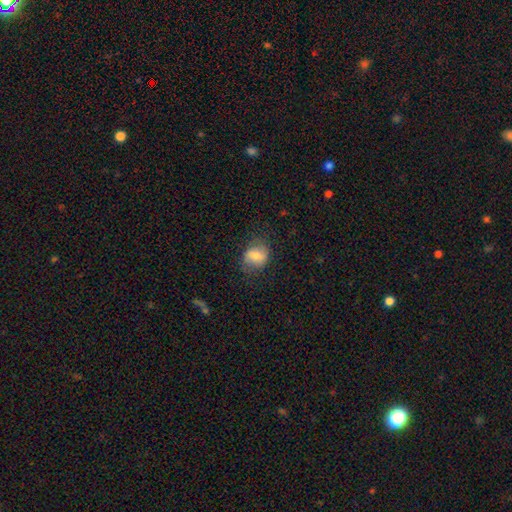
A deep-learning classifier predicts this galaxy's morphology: type=smooth (68%); roundness=round (54%); merging=none (69%).